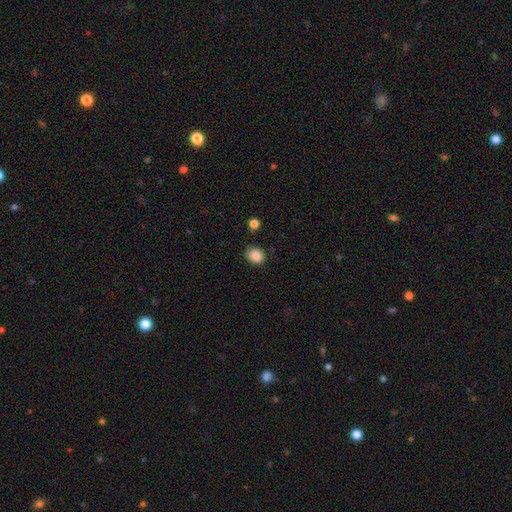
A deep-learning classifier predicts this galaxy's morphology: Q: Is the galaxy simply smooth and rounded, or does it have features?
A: smooth — 88%.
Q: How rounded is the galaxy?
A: round — 58%.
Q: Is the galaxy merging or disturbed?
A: none — 82%.